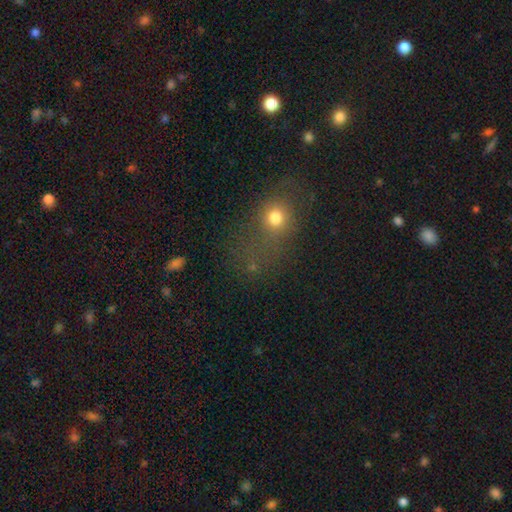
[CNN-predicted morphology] Q: Smooth or featured?
A: smooth (55%); runner-up: star or artifact (31%)
Q: How rounded?
A: round (60%); runner-up: in between (38%)
Q: Merging?
A: none (52%); runner-up: major disturbance (21%)